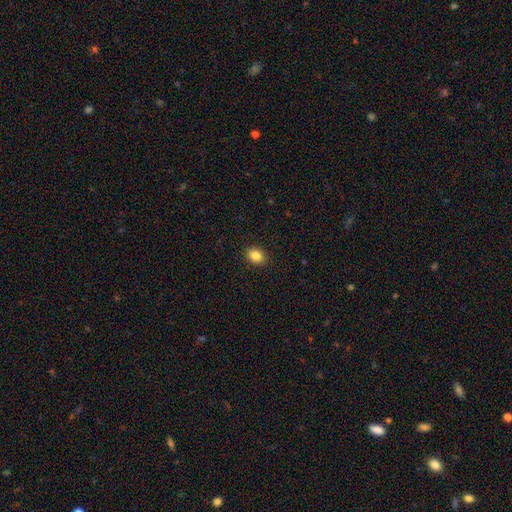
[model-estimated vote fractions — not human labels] A smooth galaxy with no disk features (85%) that is in between round and cigar-shaped (63%). Merging: none (91%).